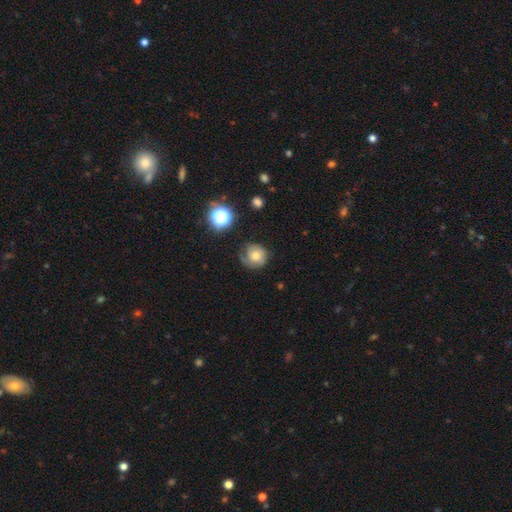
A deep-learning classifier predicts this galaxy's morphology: smooth_or_featured: smooth (p=0.52) [alt: featured or disk p=0.37]
how_rounded: round (p=0.86) [alt: in between p=0.13]
merging: none (p=0.61) [alt: minor disturbance p=0.25]